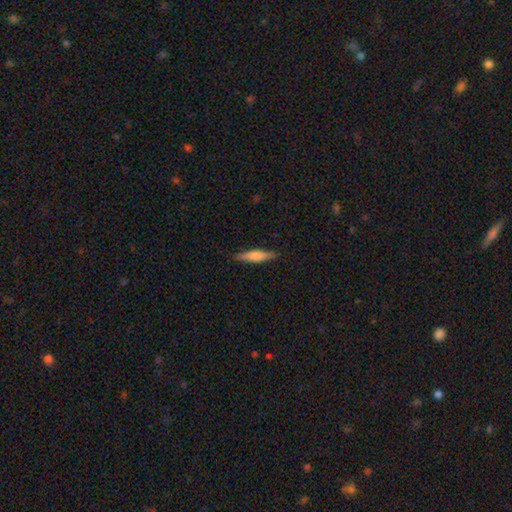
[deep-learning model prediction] Smooth or featured?
  - smooth: 62% *
  - featured or disk: 33%
  - star or artifact: 6%
How rounded?
  - cigar-shaped: 82% *
  - in between: 17%
  - round: 2%
Merging?
  - none: 88% *
  - minor disturbance: 9%
  - major disturbance: 2%
  - merger: 1%